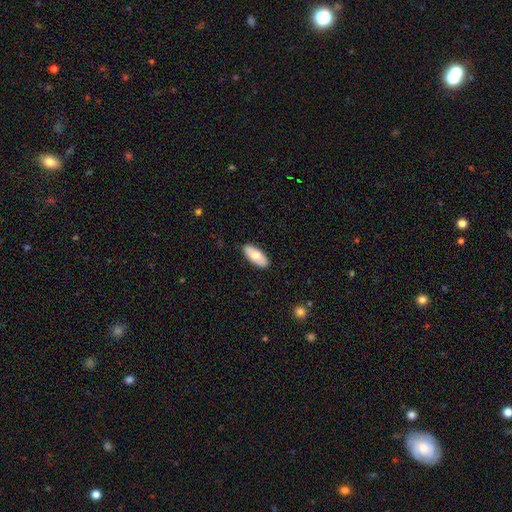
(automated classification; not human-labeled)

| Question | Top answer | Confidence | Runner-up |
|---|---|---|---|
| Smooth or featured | smooth | 67% | featured or disk (28%) |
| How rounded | in between | 86% | cigar-shaped (12%) |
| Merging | none | 88% | minor disturbance (9%) |